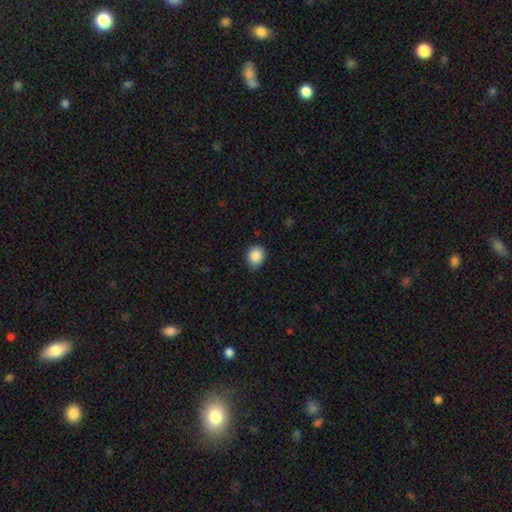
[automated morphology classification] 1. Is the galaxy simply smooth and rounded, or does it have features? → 88% smooth, 9% star or artifact, 3% featured or disk.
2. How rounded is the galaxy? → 68% round, 31% in between, 1% cigar-shaped.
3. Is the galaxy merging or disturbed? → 75% none, 21% minor disturbance, 3% major disturbance, 1% merger.